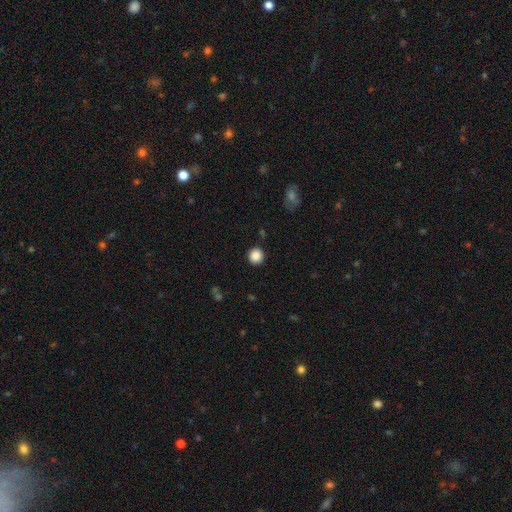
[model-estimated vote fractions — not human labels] smooth-or-featured: smooth: 87% | star or artifact: 10% | featured or disk: 3%
  how-rounded: round: 93% | in between: 6% | cigar-shaped: 1%
  merging: none: 90% | minor disturbance: 6% | major disturbance: 2% | merger: 2%